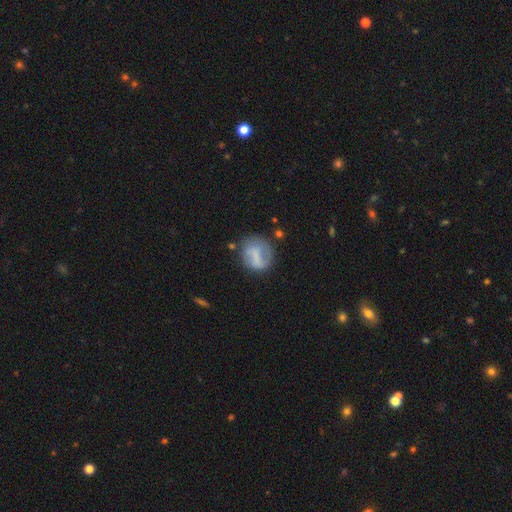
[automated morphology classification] A smooth galaxy with no disk features (57%) that is round (73%).

Vote fractions:
- Smooth or featured? smooth: 57% / featured or disk: 35% / star or artifact: 8%
- How rounded? round: 73% / in between: 26% / cigar-shaped: 2%
- Merging? none: 56% / minor disturbance: 24% / major disturbance: 15% / merger: 5%